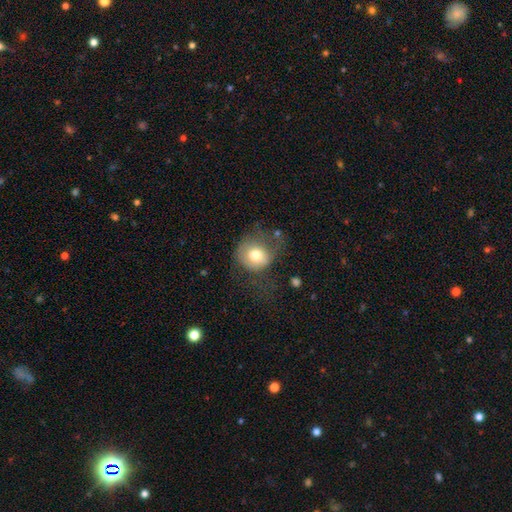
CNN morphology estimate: smooth_or_featured: smooth (p=0.72) [alt: featured or disk p=0.18]
how_rounded: round (p=0.78) [alt: in between p=0.21]
merging: none (p=0.39) [alt: major disturbance p=0.31]